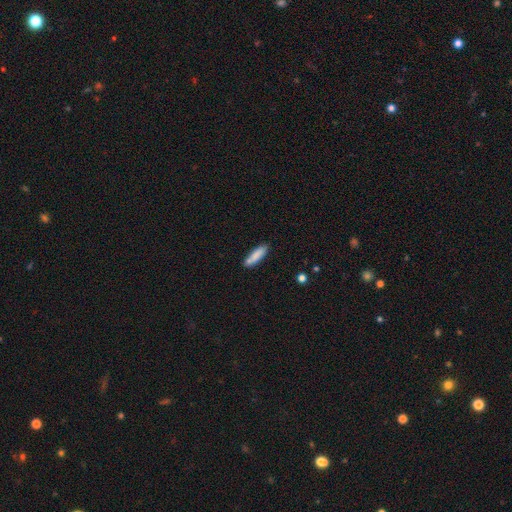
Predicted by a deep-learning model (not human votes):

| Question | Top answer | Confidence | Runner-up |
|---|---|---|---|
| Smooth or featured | smooth | 83% | featured or disk (11%) |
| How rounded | cigar-shaped | 67% | in between (31%) |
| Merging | none | 75% | minor disturbance (15%) |